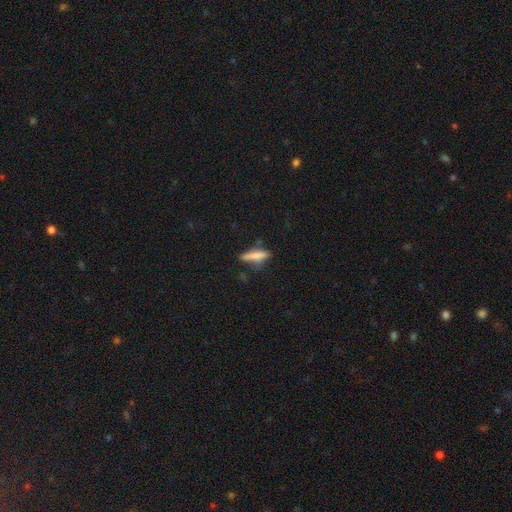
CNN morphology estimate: Smooth or featured? Predicted: smooth (p=0.67). How rounded? Predicted: cigar-shaped (p=0.75). Merging? Predicted: none (p=0.59).